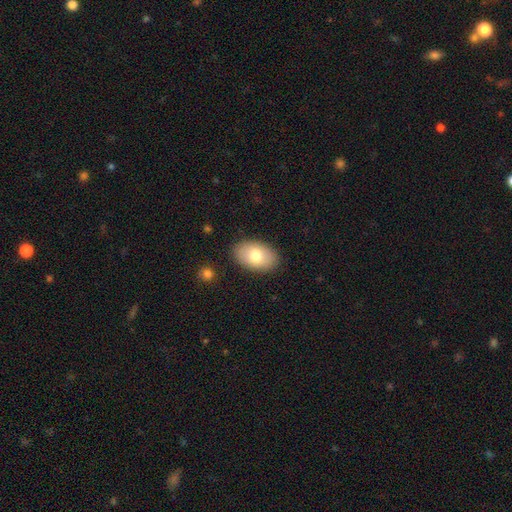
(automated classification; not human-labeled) smooth 76%, featured or disk 17%, star or artifact 7%. Down the decision tree: how rounded — in between (90%); merging — none (87%).